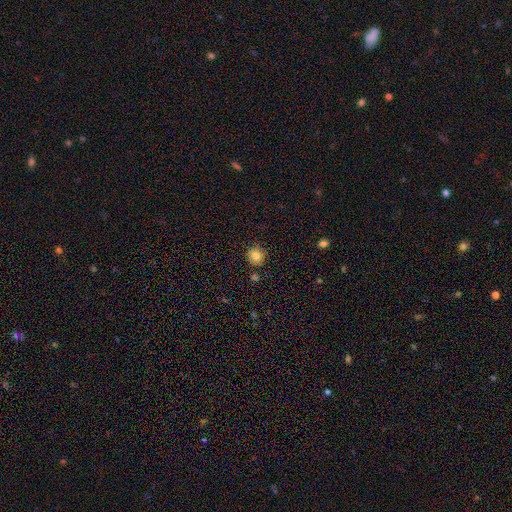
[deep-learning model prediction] Smooth or featured: smooth — 83% (star or artifact — 11%)
How rounded: round — 88% (in between — 12%)
Merging: none — 82% (minor disturbance — 11%)